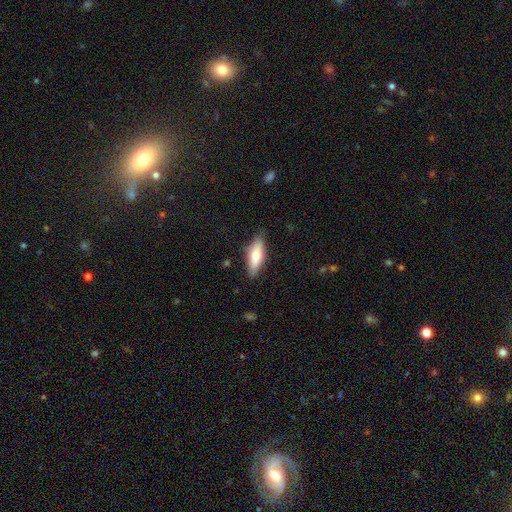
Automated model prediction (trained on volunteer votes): smooth-or-featured: smooth: 68% | featured or disk: 26% | star or artifact: 6%
  how-rounded: in between: 58% | cigar-shaped: 40% | round: 2%
  merging: none: 81% | minor disturbance: 15% | major disturbance: 3% | merger: 1%